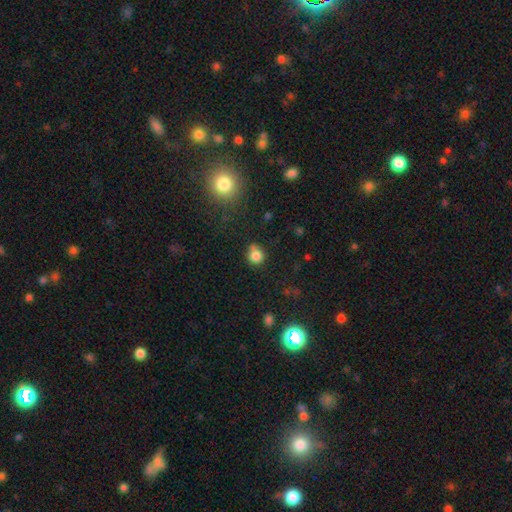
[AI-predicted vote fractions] Smooth or featured? smooth (80%)
How rounded? round (86%)
Merging? none (61%)